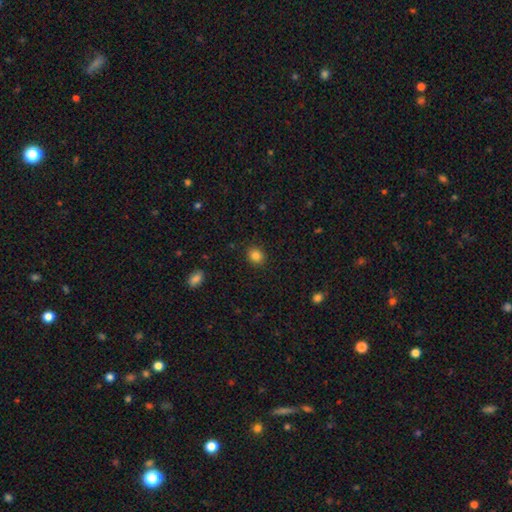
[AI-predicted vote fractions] Smooth or featured? smooth (84%)
How rounded? round (68%)
Merging? none (90%)